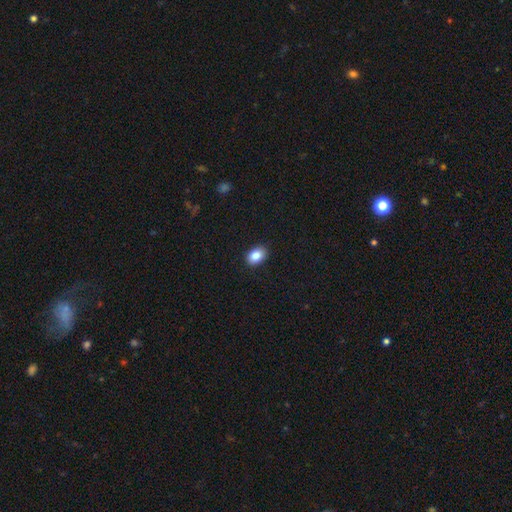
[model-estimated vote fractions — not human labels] Smooth or featured? Predicted: smooth (p=0.87). How rounded? Predicted: in between (p=0.79). Merging? Predicted: none (p=0.89).